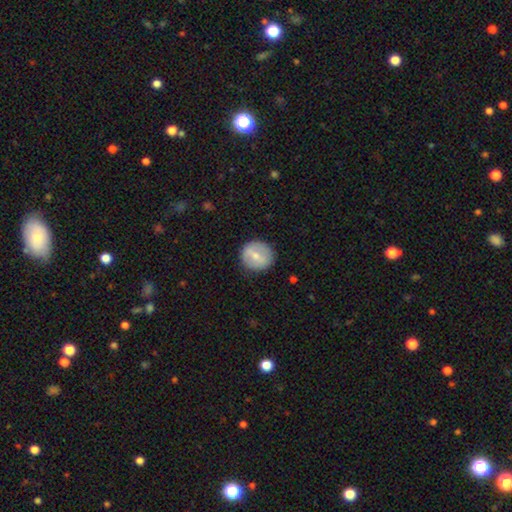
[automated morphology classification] type=smooth (54%); roundness=round (87%); merging=none (85%).